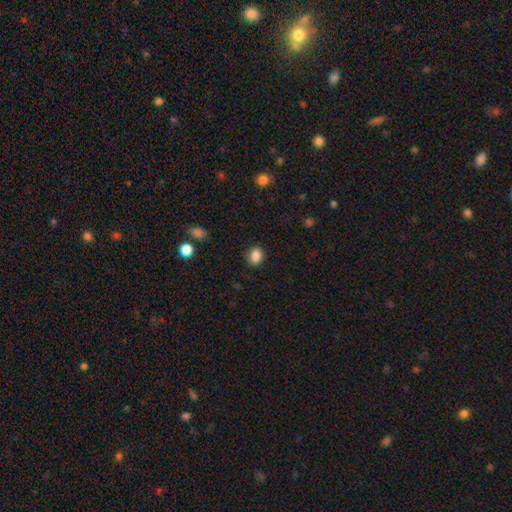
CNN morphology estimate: Smooth or featured? smooth (87%)
How rounded? in between (55%)
Merging? none (87%)